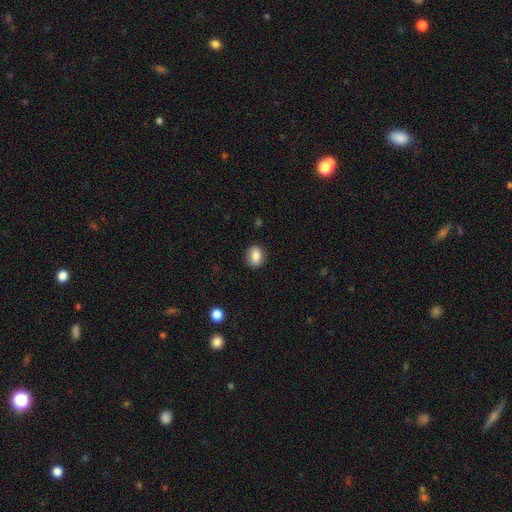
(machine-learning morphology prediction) Smooth or featured?
  - smooth: 83% *
  - featured or disk: 9%
  - star or artifact: 8%
How rounded?
  - in between: 55% *
  - round: 44%
  - cigar-shaped: 2%
Merging?
  - none: 84% *
  - minor disturbance: 12%
  - major disturbance: 3%
  - merger: 1%